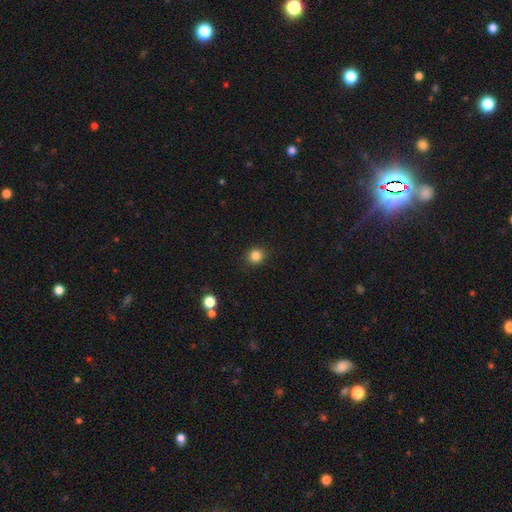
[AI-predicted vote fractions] Smooth or featured?
  - smooth: 84% *
  - star or artifact: 12%
  - featured or disk: 4%
How rounded?
  - round: 88% *
  - in between: 11%
  - cigar-shaped: 1%
Merging?
  - none: 91% *
  - minor disturbance: 6%
  - major disturbance: 2%
  - merger: 1%